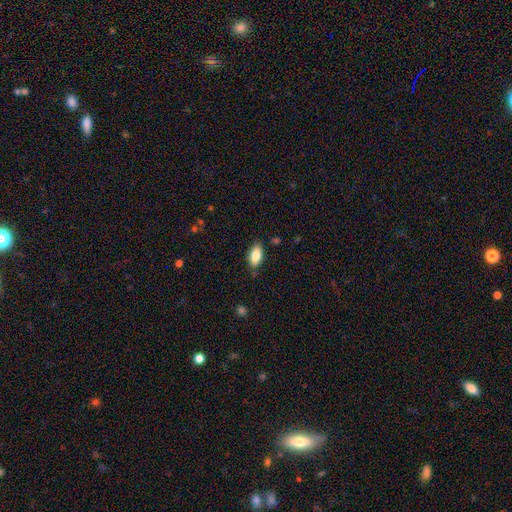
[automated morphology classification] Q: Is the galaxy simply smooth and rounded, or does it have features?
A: smooth — 84%.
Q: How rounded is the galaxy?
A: in between — 90%.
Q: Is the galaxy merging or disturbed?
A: none — 80%.